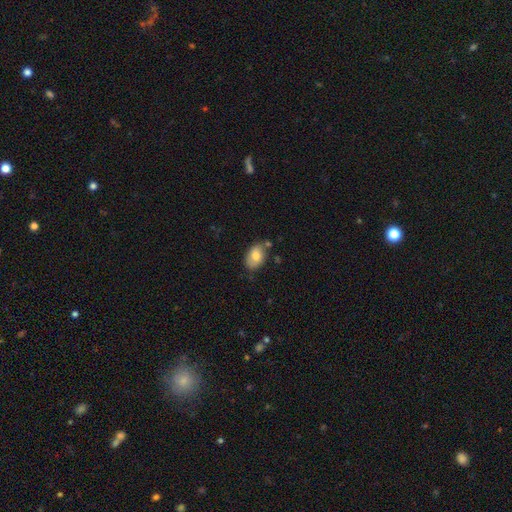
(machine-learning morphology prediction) A smooth galaxy with no disk features (73%) that is in between round and cigar-shaped (87%).

Vote fractions:
- Smooth or featured? smooth: 73% / featured or disk: 20% / star or artifact: 7%
- How rounded? in between: 87% / round: 12% / cigar-shaped: 1%
- Merging? none: 62% / minor disturbance: 25% / merger: 7% / major disturbance: 5%